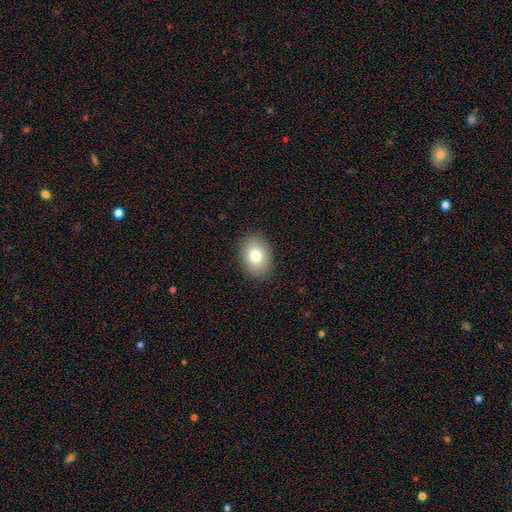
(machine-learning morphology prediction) Overall: smooth (79%). How rounded: in between (70%). Merging: none (89%).